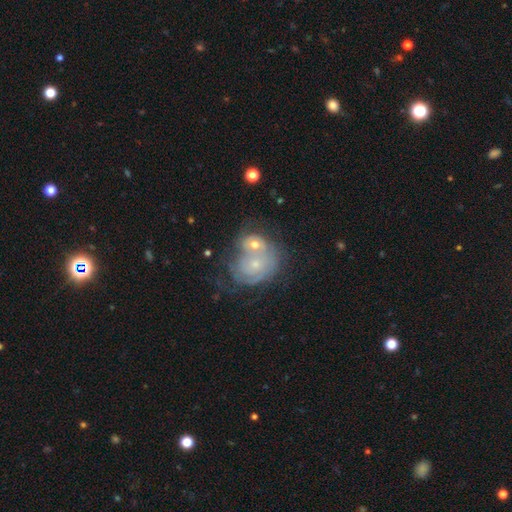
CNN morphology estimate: smooth-or-featured: featured or disk: 66% | smooth: 23% | star or artifact: 11%
  disk-edge-on: no: 97% | yes: 3%
    bar: no: 78% | weak: 18% | strong: 4%
    has-spiral-arms: yes: 76% | no: 24%
    bulge-size: small: 69% | moderate: 26% | none: 2% | large: 1% | dominant: 1%
  merging: merger: 49% | none: 33% | minor disturbance: 11% | major disturbance: 6%